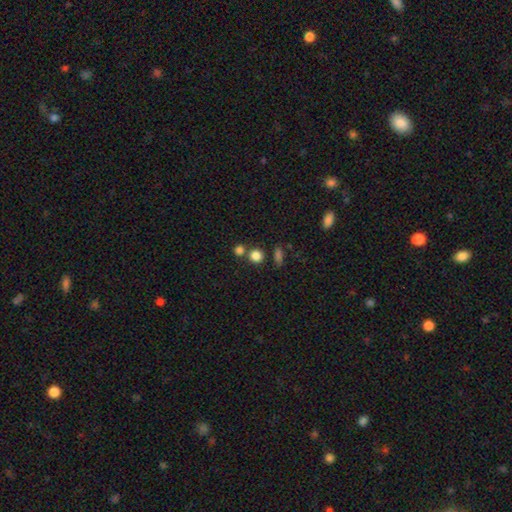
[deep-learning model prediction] Smooth or featured? smooth (81%)
How rounded? round (85%)
Merging? none (65%)